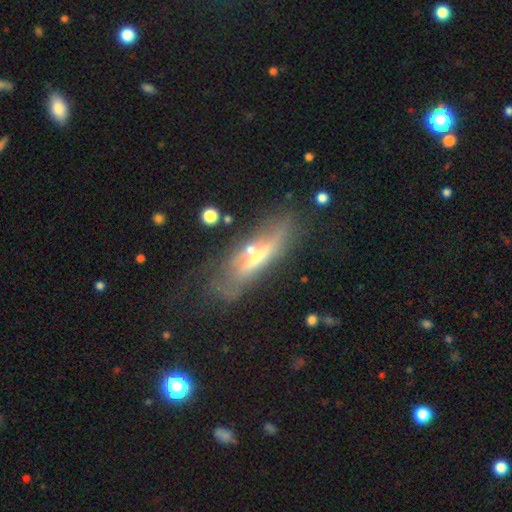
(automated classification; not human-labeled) A featured or disk galaxy (62%) viewed edge-on (76%).

Vote fractions:
- Smooth or featured? featured or disk: 62% / smooth: 30% / star or artifact: 8%
- Edge-on disk? yes: 76% / no: 24%
- Merging? none: 55% / minor disturbance: 22% / major disturbance: 16% / merger: 7%